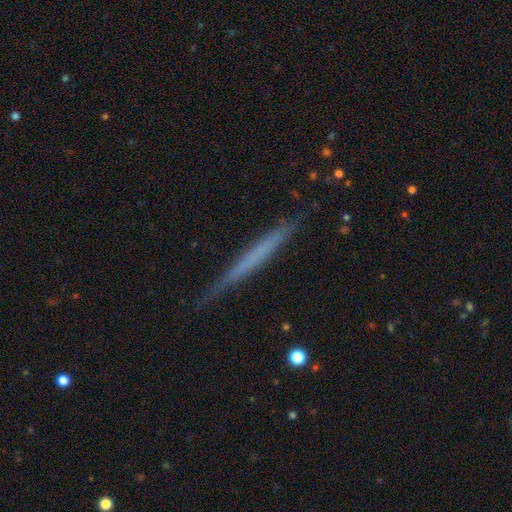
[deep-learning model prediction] smooth-or-featured: featured or disk: 48% | smooth: 46% | star or artifact: 6%
  merging: none: 86% | minor disturbance: 11% | major disturbance: 2% | merger: 1%